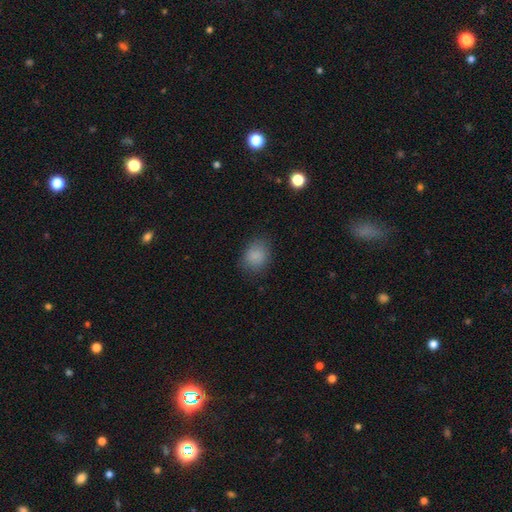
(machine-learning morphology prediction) smooth_or_featured: smooth (p=0.86) [alt: star or artifact p=0.09]
how_rounded: in between (p=0.50) [alt: round p=0.49]
merging: none (p=0.80) [alt: minor disturbance p=0.15]